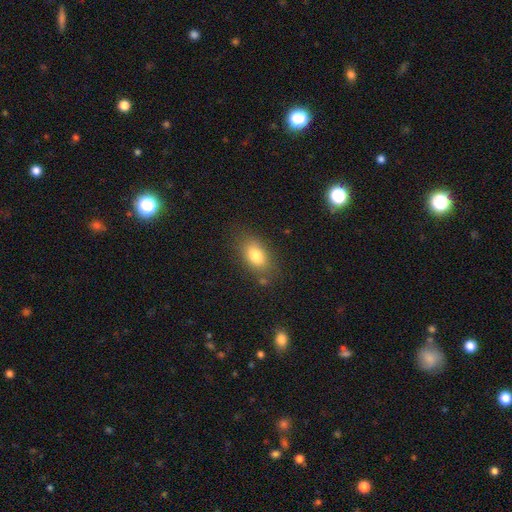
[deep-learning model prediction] A smooth galaxy with no disk features (80%) that is in between round and cigar-shaped (87%). Merging: none (78%).